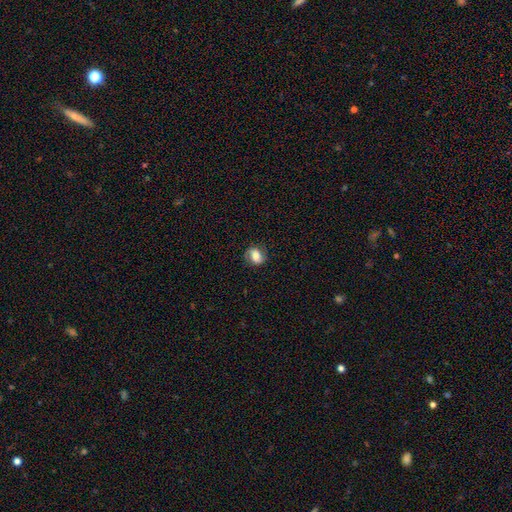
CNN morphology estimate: This appears to be a smooth galaxy with no disk features (62%) that is in between round and cigar-shaped (54%). Merging: none (77%).